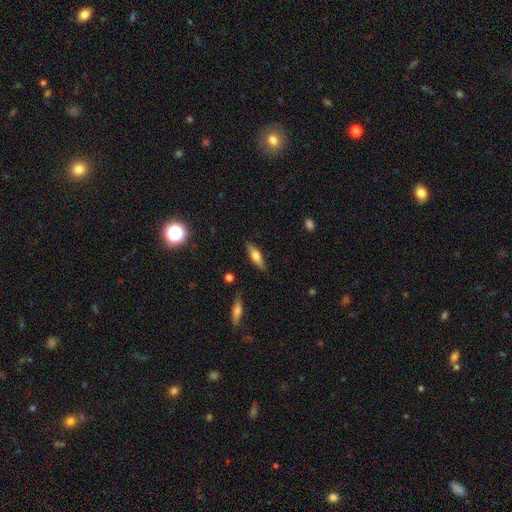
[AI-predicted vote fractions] Smooth or featured? Predicted: smooth (p=0.56). How rounded? Predicted: cigar-shaped (p=0.55). Merging? Predicted: none (p=0.86).